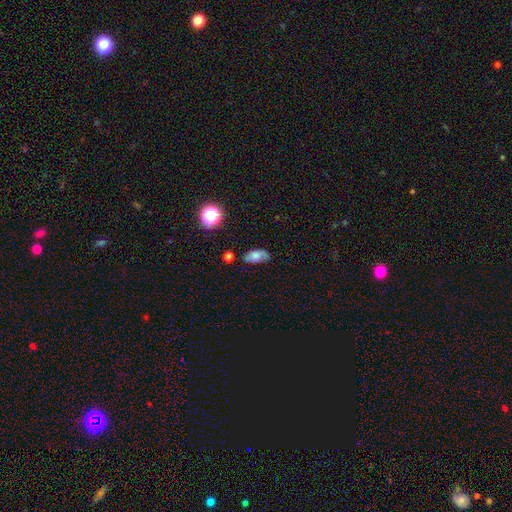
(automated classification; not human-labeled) Smooth or featured: smooth — 64% (featured or disk — 24%)
How rounded: in between — 89% (round — 6%)
Merging: none — 57% (minor disturbance — 30%)